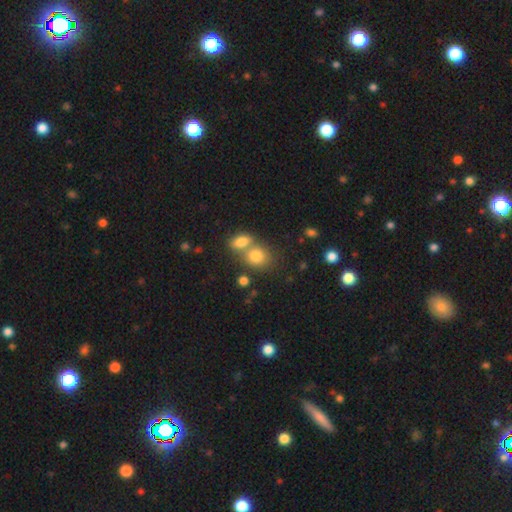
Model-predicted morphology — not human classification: type=smooth (78%); roundness=round (56%); merging=merger (49%).